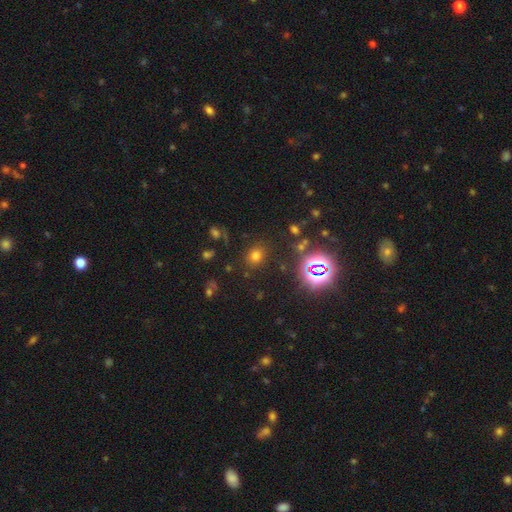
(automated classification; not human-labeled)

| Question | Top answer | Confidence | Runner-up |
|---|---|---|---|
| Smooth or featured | smooth | 68% | star or artifact (25%) |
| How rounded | round | 66% | in between (33%) |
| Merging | none | 83% | minor disturbance (10%) |